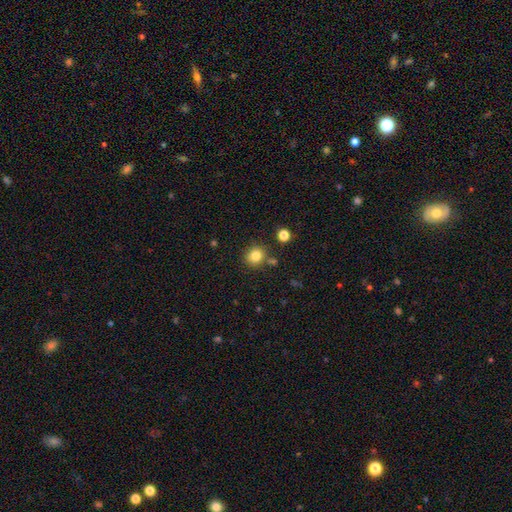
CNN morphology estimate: smooth-or-featured: smooth: 82% | star or artifact: 12% | featured or disk: 6%
  how-rounded: round: 86% | in between: 13% | cigar-shaped: 1%
  merging: none: 79% | minor disturbance: 10% | merger: 8% | major disturbance: 3%